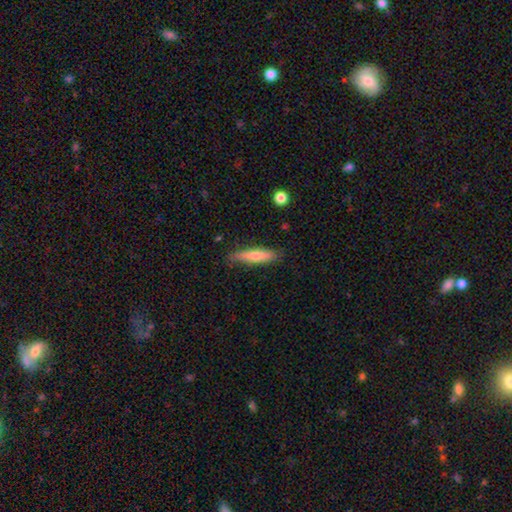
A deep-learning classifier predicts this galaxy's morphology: This appears to be a smooth galaxy with no disk features (63%) that is cigar-shaped (85%). Merging: none (81%).